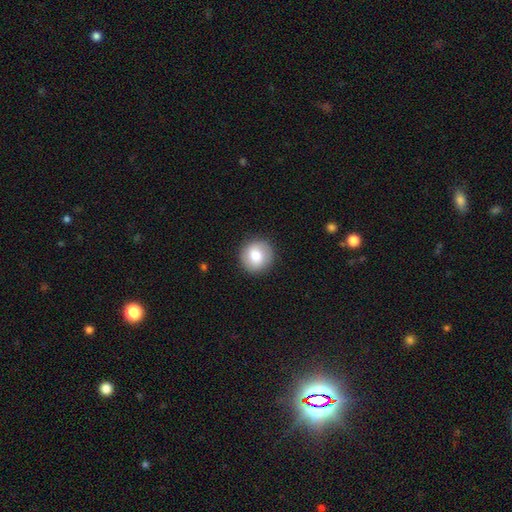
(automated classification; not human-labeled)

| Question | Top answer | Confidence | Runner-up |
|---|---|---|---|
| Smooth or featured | smooth | 76% | featured or disk (17%) |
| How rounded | round | 92% | in between (7%) |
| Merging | none | 89% | minor disturbance (7%) |